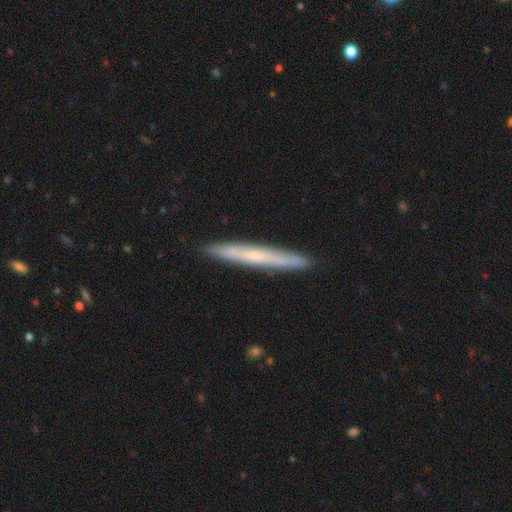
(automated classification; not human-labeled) This appears to be a featured or disk galaxy (52%) viewed edge-on (94%). Merging: none (91%).